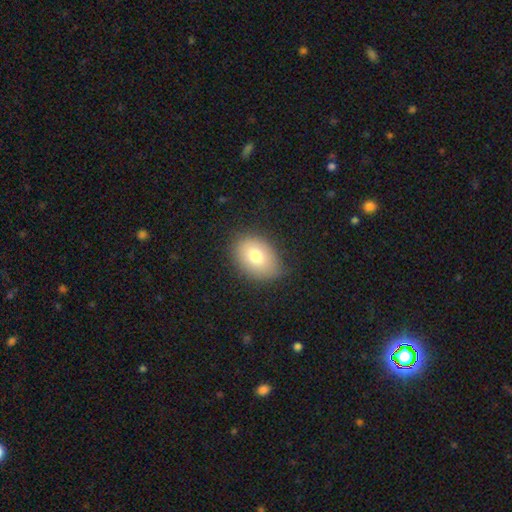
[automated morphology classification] A smooth galaxy with no disk features (76%) that is in between round and cigar-shaped (76%). Merging: none (78%).